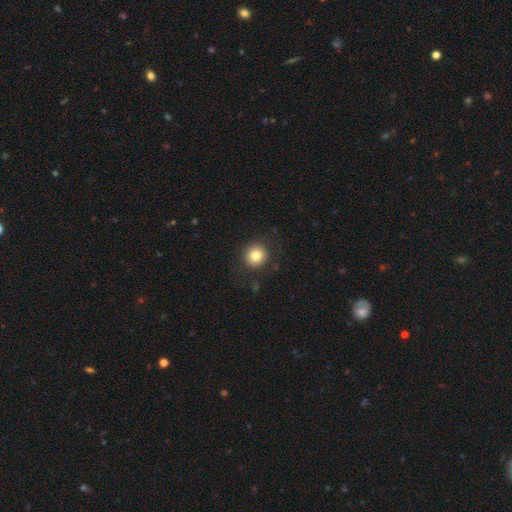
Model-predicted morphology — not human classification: Smooth or featured: smooth — 81% (star or artifact — 11%)
How rounded: round — 92% (in between — 7%)
Merging: none — 88% (minor disturbance — 8%)